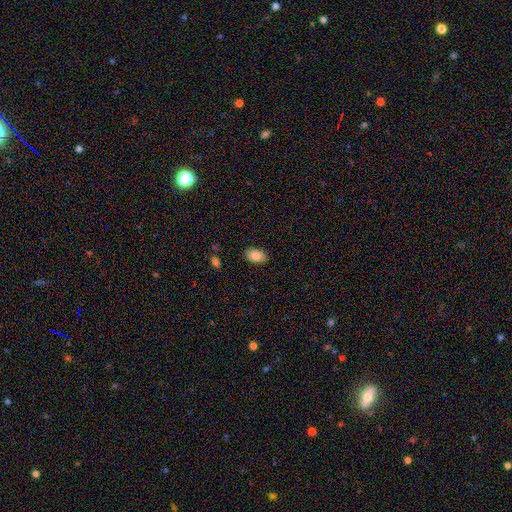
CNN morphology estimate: The model was most divided on "merging": none: 86%, minor disturbance: 10%, major disturbance: 3%, merger: 1%. More confident: smooth or featured — smooth (89%); how rounded — in between (89%).